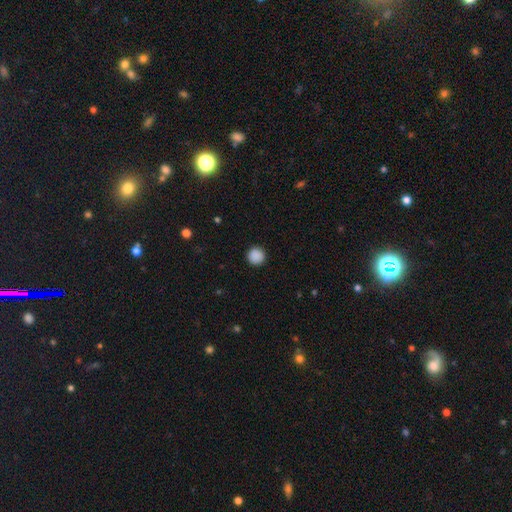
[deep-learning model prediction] smooth_or_featured: smooth (p=0.89) [alt: star or artifact p=0.09]
how_rounded: round (p=0.95) [alt: in between p=0.04]
merging: none (p=0.91) [alt: minor disturbance p=0.06]